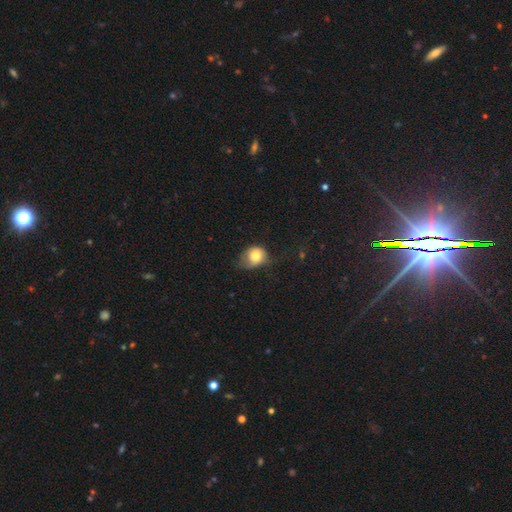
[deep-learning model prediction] A smooth galaxy with no disk features (77%) that is round (57%). Merging: minor disturbance (41%).